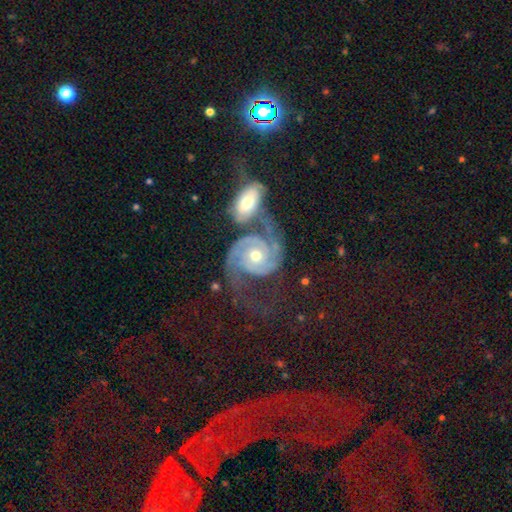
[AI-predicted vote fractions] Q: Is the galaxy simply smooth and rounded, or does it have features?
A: featured or disk — 91%.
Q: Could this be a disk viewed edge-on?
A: no — 98%.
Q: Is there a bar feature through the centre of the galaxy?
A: no — 71%.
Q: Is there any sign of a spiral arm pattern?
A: yes — 98%.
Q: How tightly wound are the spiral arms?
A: tight — 51%.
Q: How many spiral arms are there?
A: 2 — 81%.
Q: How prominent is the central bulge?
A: moderate — 66%.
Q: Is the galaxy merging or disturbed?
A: merger — 40%.